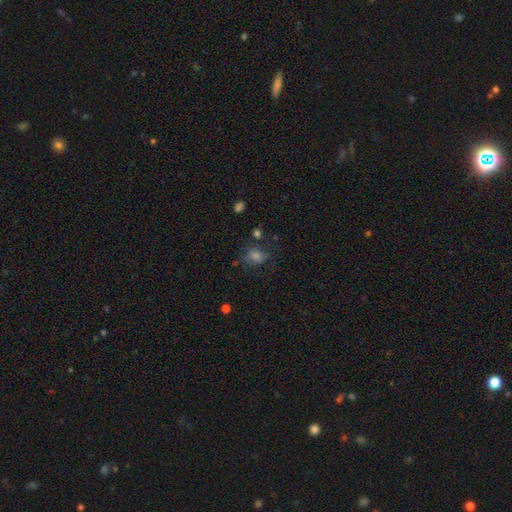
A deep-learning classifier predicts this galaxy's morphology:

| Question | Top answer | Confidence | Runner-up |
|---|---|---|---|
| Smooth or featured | smooth | 53% | star or artifact (30%) |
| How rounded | round | 50% | in between (48%) |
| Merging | none | 64% | minor disturbance (19%) |